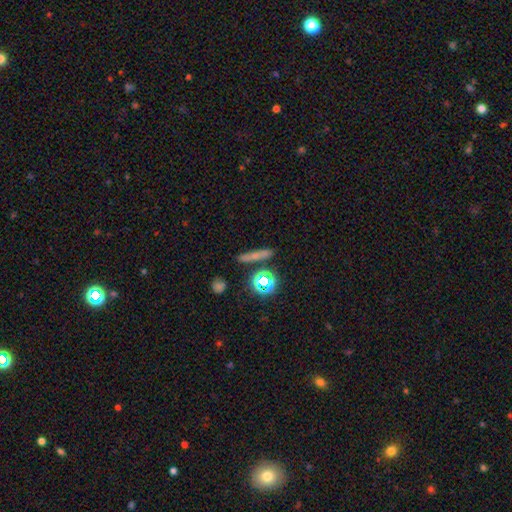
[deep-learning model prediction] Overall: smooth (61%; star or artifact 22%). How rounded: cigar-shaped (76%). Merging: none (83%).